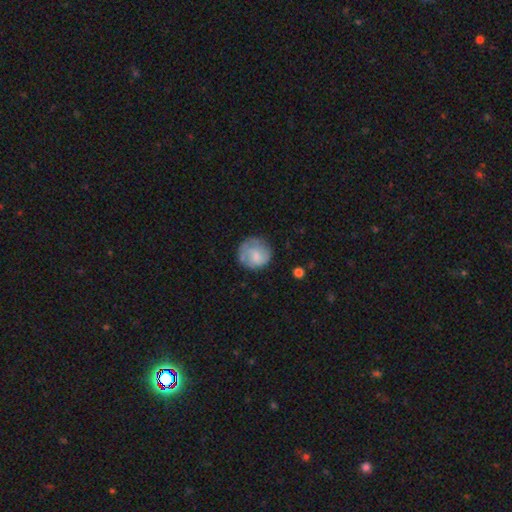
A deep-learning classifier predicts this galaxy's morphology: Smooth or featured? smooth (65%)
How rounded? round (86%)
Merging? none (64%)